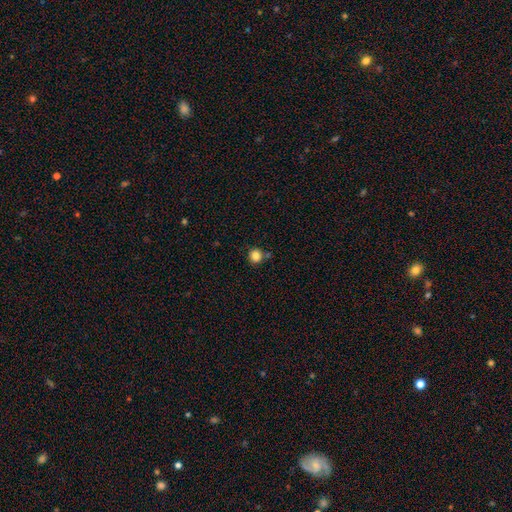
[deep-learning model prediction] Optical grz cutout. It shows a smooth galaxy with no disk features (84%) that is round (92%). Merging: none (80%).